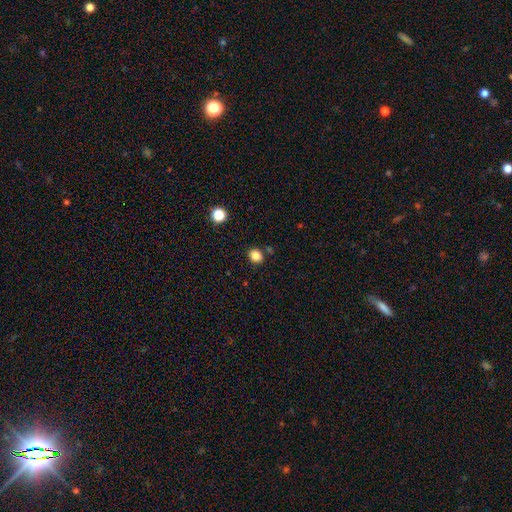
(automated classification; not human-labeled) Smooth or featured? smooth (85%)
How rounded? round (58%)
Merging? none (83%)